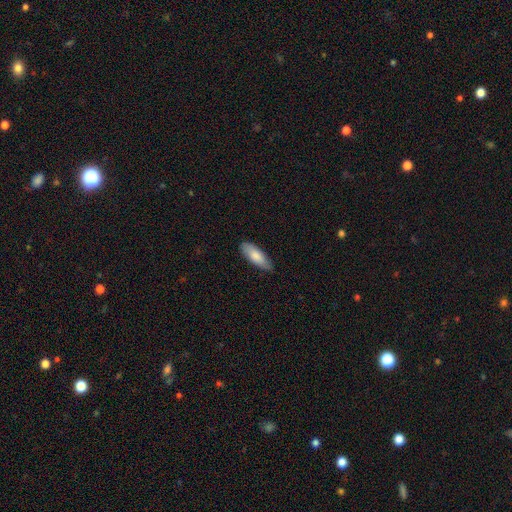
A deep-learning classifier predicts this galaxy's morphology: This appears to be a smooth galaxy with no disk features (81%) that is in between round and cigar-shaped (65%). Merging: none (80%).